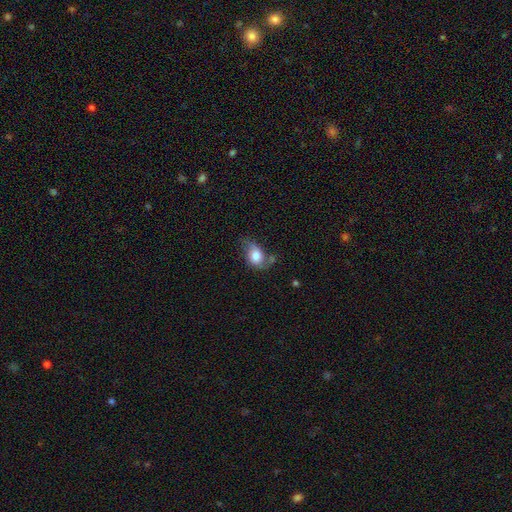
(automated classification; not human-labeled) This is likely a smooth galaxy (68%). How rounded: likely in between (68%). Merging: marginally minor disturbance (36%).